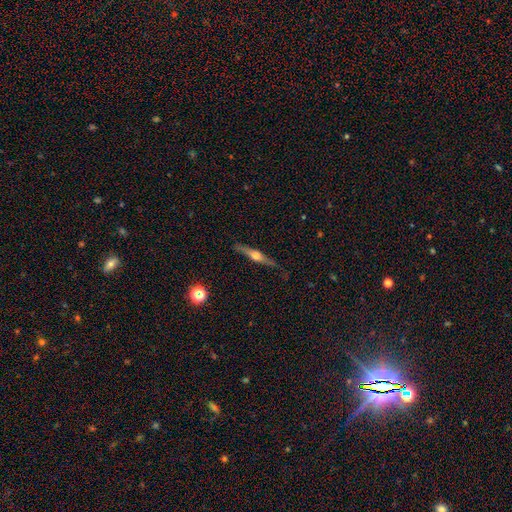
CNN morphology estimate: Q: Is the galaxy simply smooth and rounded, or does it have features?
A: featured or disk — 71%.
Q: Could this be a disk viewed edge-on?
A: yes — 97%.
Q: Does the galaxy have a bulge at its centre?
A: rounded — 91%.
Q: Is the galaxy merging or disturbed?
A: none — 85%.